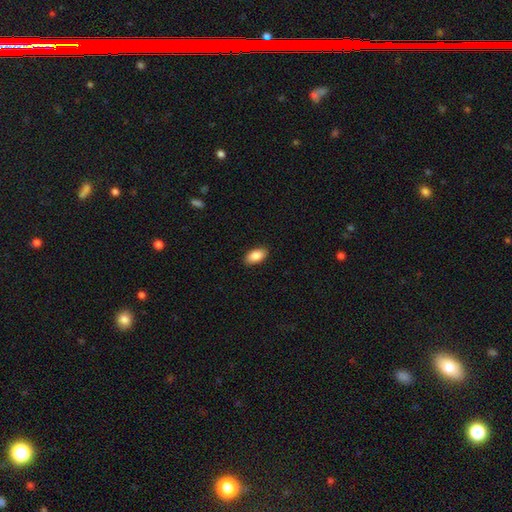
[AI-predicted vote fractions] Smooth or featured? Predicted: smooth (p=0.88). How rounded? Predicted: in between (p=0.94). Merging? Predicted: none (p=0.89).